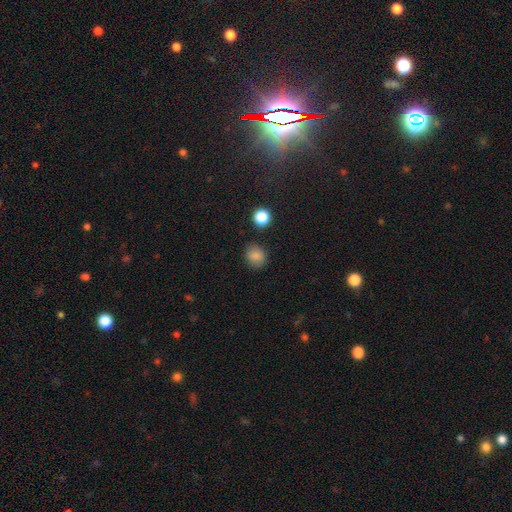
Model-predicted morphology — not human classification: A smooth galaxy with no disk features (83%) that is round (67%). Merging: none (82%).